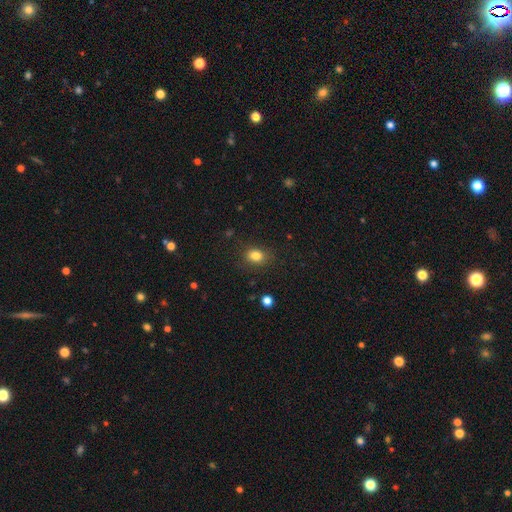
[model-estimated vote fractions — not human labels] Smooth or featured? smooth (82%)
How rounded? in between (59%)
Merging? none (82%)